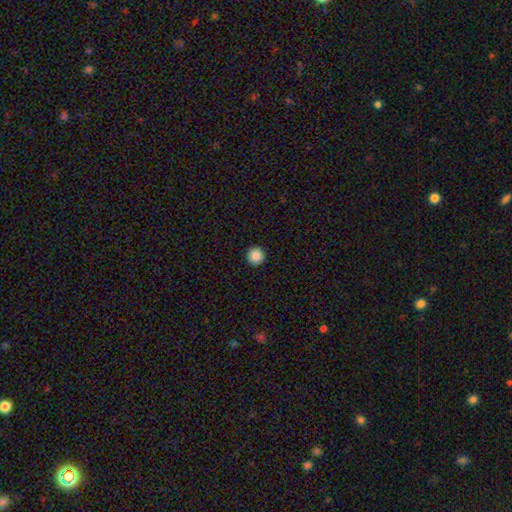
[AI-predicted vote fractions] Smooth or featured? smooth (87%)
How rounded? round (96%)
Merging? none (94%)